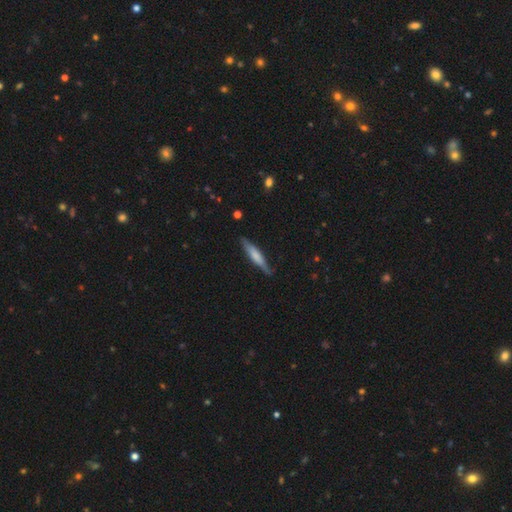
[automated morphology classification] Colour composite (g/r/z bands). It shows a smooth galaxy with no disk features (56%) that is cigar-shaped (89%). Merging: none (82%).